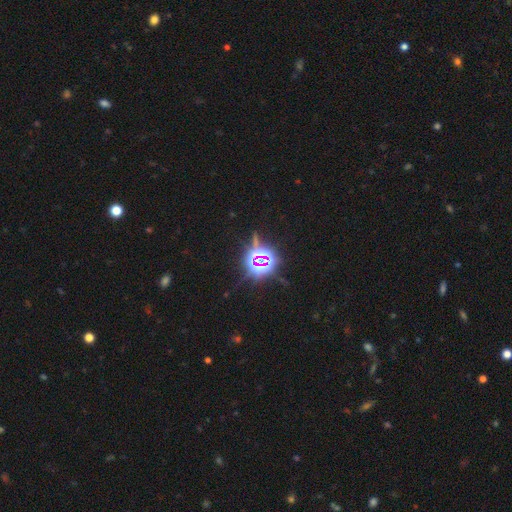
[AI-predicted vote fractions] smooth_or_featured: star or artifact (p=0.80) [alt: smooth p=0.10]